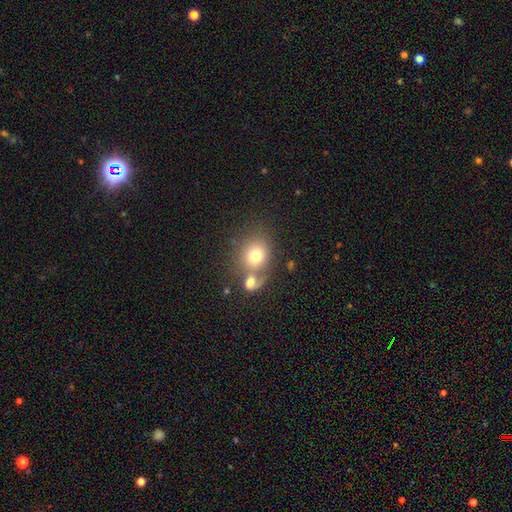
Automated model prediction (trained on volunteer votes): A smooth galaxy with no disk features (73%) that is round (71%).

Vote fractions:
- Smooth or featured? smooth: 73% / featured or disk: 16% / star or artifact: 11%
- How rounded? round: 71% / in between: 28% / cigar-shaped: 1%
- Merging? merger: 45% / none: 39% / minor disturbance: 9% / major disturbance: 7%